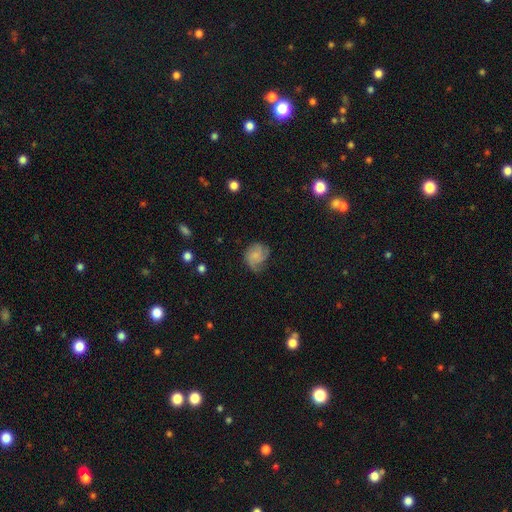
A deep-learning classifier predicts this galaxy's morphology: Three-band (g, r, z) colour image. It shows a featured or disk galaxy (52%) with no bar (76%), spiral arms (89%) and a small central bulge (42%). Merging: none (59%).